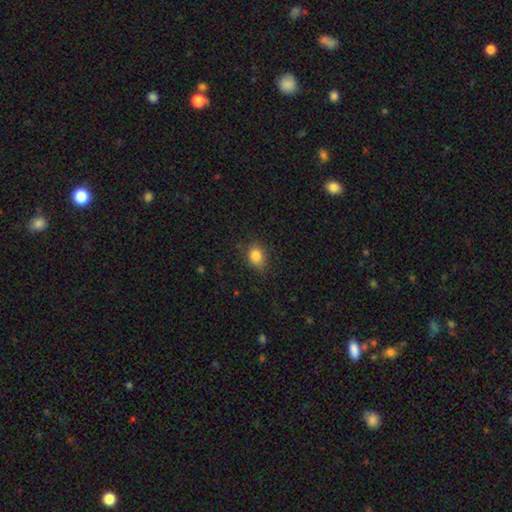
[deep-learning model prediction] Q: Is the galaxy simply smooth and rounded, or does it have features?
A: smooth — 84%.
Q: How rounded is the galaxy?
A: in between — 53%.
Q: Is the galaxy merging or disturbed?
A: none — 82%.